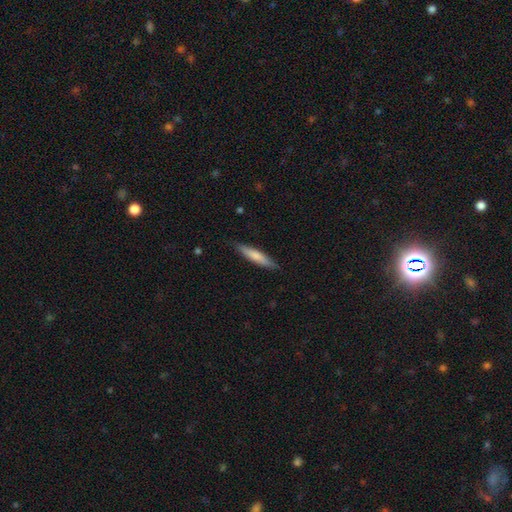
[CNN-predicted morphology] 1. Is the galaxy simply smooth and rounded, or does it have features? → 69% smooth, 25% featured or disk, 5% star or artifact.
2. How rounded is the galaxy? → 88% cigar-shaped, 11% in between, 1% round.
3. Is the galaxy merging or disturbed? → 86% none, 11% minor disturbance, 2% major disturbance, 1% merger.